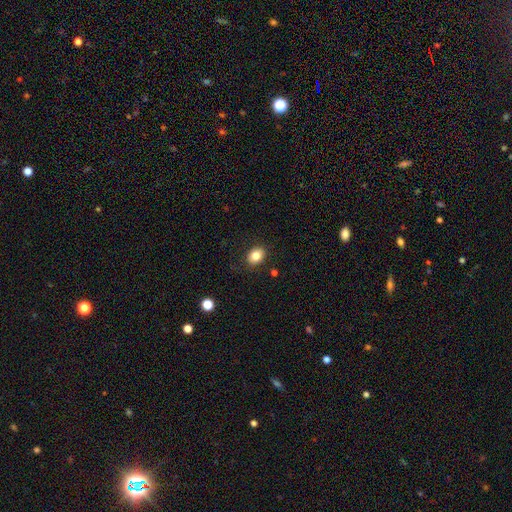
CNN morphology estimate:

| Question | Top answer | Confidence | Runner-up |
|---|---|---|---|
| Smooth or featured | smooth | 82% | star or artifact (9%) |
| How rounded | in between | 65% | round (34%) |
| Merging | none | 86% | minor disturbance (10%) |